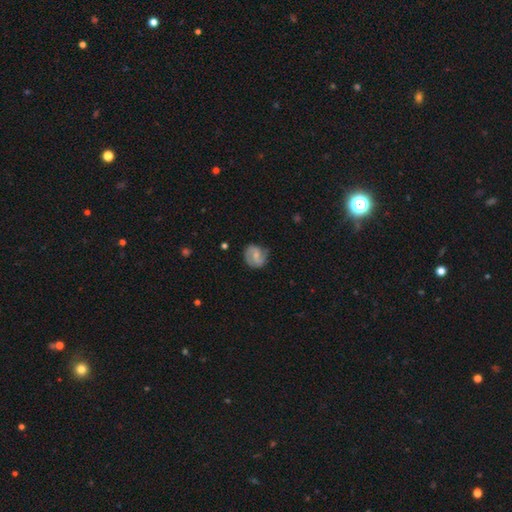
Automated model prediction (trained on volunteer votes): This is likely a featured or disk galaxy (60%). It is clearly not viewed edge-on (98%). Bar: possibly weak (50%). Spiral arm pattern: clearly yes (89%). Spiral arm count: likely 2 (78%). Spiral winding: possibly medium (47%). Central bulge: possibly small (51%). Merging: likely none (67%).